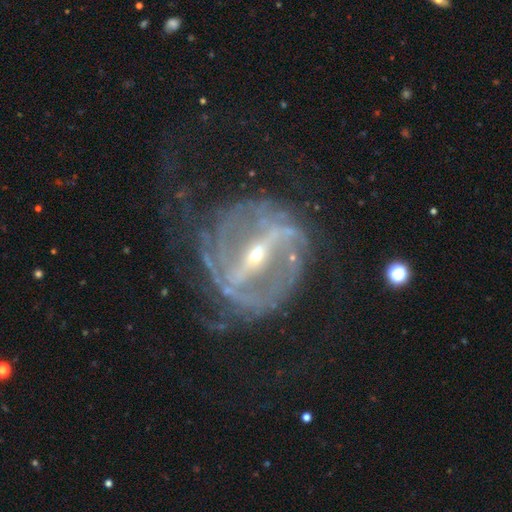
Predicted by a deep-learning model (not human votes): Overall: featured or disk (90%). Edge-on disk: no (93%). Bar: strong (80%). Spiral arms: yes (88%). Spiral arm count: 2 (51%; can't tell 24%). Spiral winding: tight (39%, tied with medium). Bulge size: small (70%). Merging: none (51%; major disturbance 27%).